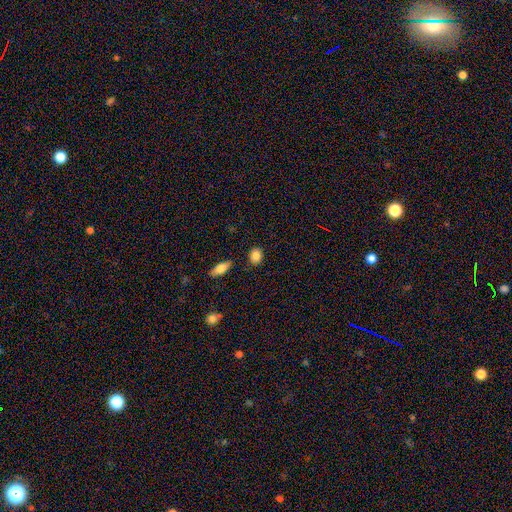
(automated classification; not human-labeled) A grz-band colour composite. It shows a smooth galaxy with no disk features (86%) that is in between round and cigar-shaped (55%). Merging: none (85%).